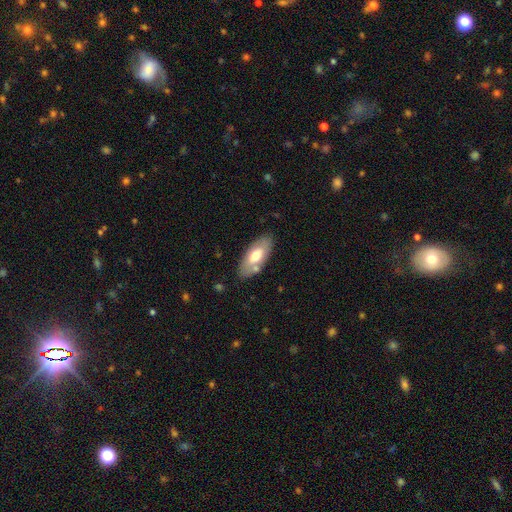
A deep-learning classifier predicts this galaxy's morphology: A smooth galaxy with no disk features (61%) that is in between round and cigar-shaped (87%). Merging: none (77%).